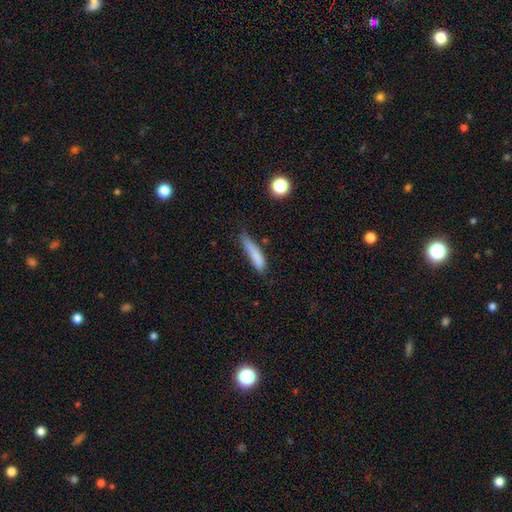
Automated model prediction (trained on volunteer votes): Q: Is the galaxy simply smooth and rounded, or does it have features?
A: smooth — 79%.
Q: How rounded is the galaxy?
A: cigar-shaped — 82%.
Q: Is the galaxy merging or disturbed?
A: none — 47%.